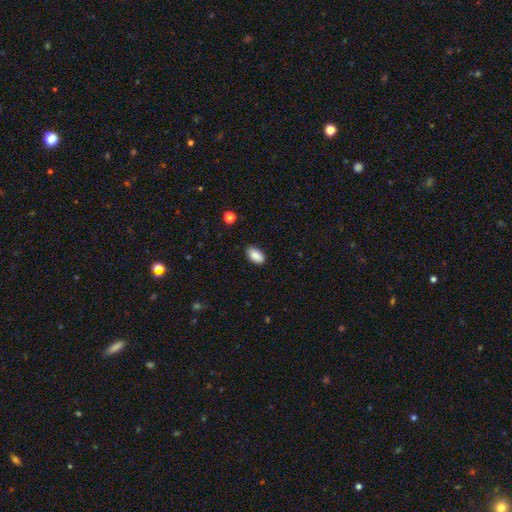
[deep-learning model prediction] The model was most divided on "merging": none: 85%, minor disturbance: 11%, major disturbance: 2%, merger: 1%. More confident: how rounded — in between (94%); smooth or featured — smooth (89%).